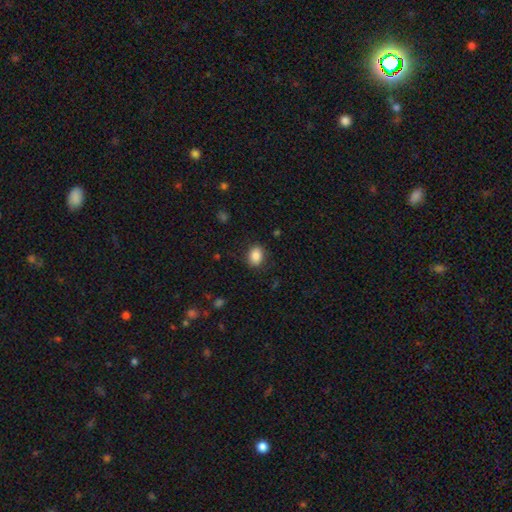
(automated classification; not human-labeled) A smooth galaxy with no disk features (86%) that is in between round and cigar-shaped (65%). Merging: none (84%).